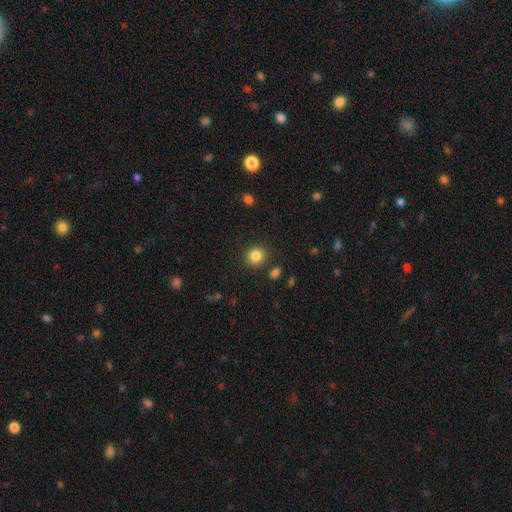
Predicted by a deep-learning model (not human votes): Overall: smooth (84%). How rounded: round (87%). Merging: none (87%).